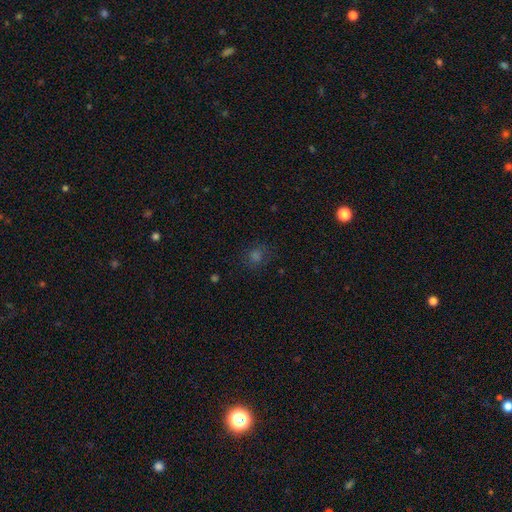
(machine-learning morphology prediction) Smooth or featured? Predicted: smooth (p=0.58). How rounded? Predicted: round (p=0.75). Merging? Predicted: none (p=0.82).